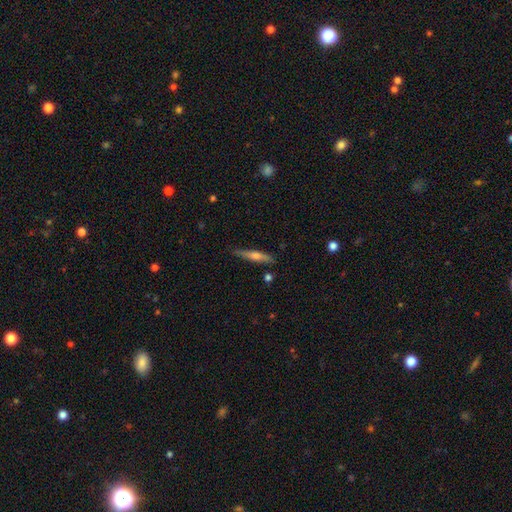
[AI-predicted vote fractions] Smooth or featured: featured or disk — 55% (smooth — 38%)
Edge-on disk: yes — 95% (no — 5%)
Edge-on bulge: rounded — 82% (none — 11%)
Merging: none — 83% (minor disturbance — 12%)